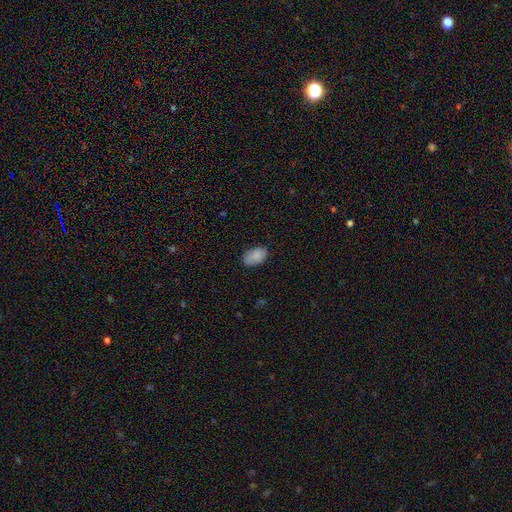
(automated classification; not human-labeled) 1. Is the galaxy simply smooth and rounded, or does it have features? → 87% smooth, 7% star or artifact, 7% featured or disk.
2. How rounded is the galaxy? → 91% in between, 7% round, 1% cigar-shaped.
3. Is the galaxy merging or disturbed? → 80% none, 16% minor disturbance, 3% major disturbance, 1% merger.